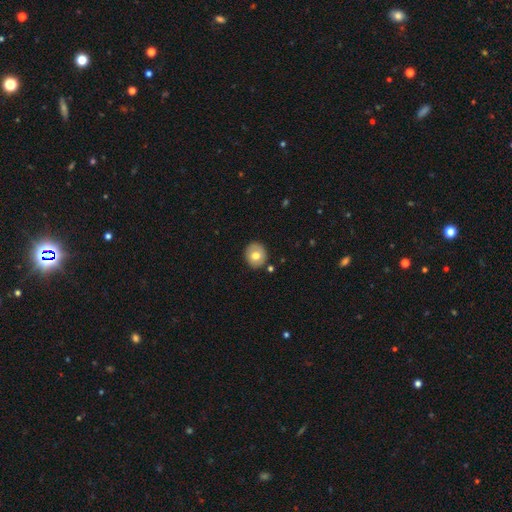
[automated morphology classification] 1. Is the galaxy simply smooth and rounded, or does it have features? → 68% smooth, 24% featured or disk, 8% star or artifact.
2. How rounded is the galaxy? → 78% round, 21% in between, 1% cigar-shaped.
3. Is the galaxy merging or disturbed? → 86% none, 9% minor disturbance, 3% merger, 2% major disturbance.